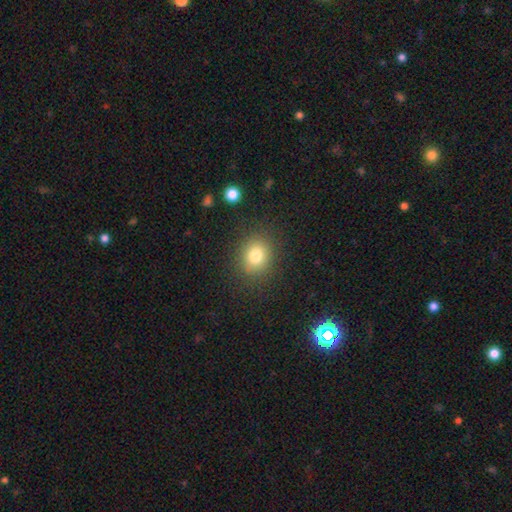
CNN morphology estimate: This appears to be a smooth galaxy with no disk features (79%) that is round (71%). Merging: none (87%).